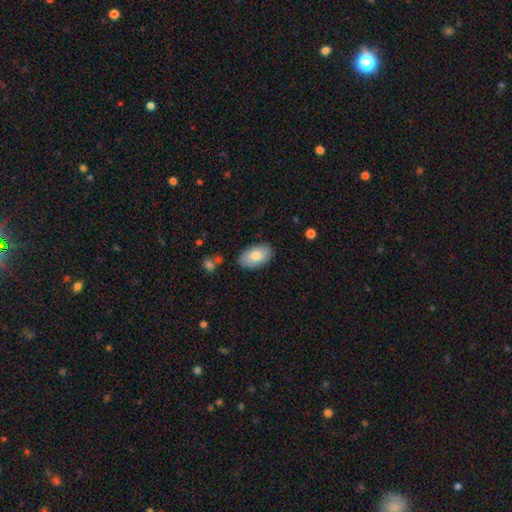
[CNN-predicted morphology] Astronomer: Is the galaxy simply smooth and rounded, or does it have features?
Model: smooth — 81%.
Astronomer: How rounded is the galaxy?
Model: in between — 94%.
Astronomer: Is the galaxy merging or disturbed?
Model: none — 83%.